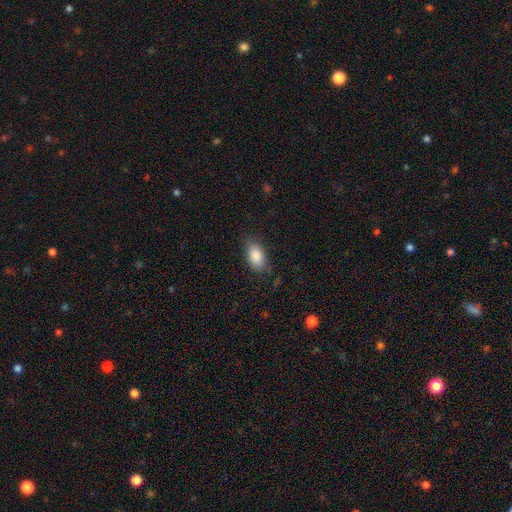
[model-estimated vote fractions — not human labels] Smooth or featured? Predicted: smooth (p=0.86). How rounded? Predicted: in between (p=0.92). Merging? Predicted: none (p=0.81).